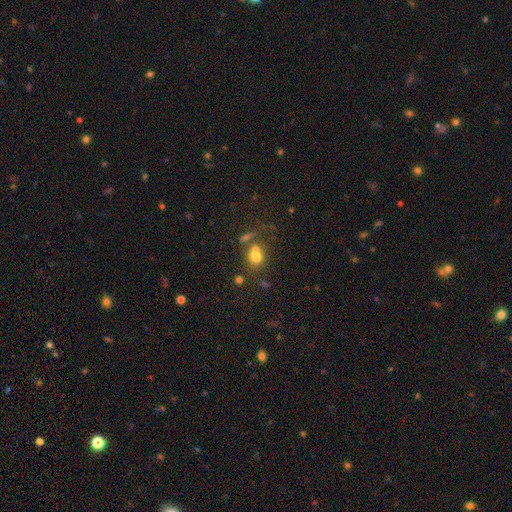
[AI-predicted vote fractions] Smooth or featured?
  - smooth: 73% *
  - star or artifact: 15%
  - featured or disk: 13%
How rounded?
  - round: 51% *
  - in between: 48%
  - cigar-shaped: 2%
Merging?
  - none: 44% *
  - merger: 35%
  - minor disturbance: 13%
  - major disturbance: 8%